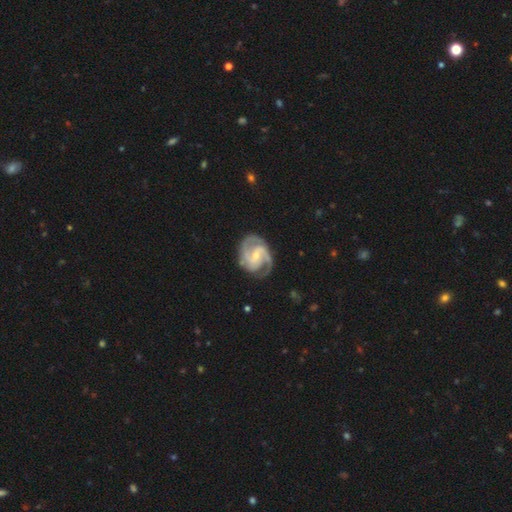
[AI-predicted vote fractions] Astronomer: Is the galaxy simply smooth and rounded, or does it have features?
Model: featured or disk — 91%.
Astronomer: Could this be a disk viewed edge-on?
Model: no — 98%.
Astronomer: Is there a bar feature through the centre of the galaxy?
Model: weak — 49% (runner-up: no, 31%).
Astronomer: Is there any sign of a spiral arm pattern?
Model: yes — 98%.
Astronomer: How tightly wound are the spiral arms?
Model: medium — 54% (runner-up: tight, 35%).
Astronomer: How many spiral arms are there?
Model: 2 — 64%.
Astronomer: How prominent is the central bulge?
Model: small — 62%.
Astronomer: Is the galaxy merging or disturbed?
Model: none — 74%.